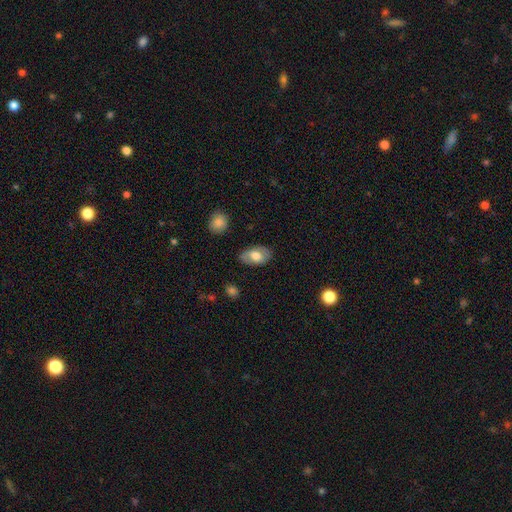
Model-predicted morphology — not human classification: This is likely a smooth galaxy (67%). How rounded: clearly in between (92%). Merging: likely none (79%).